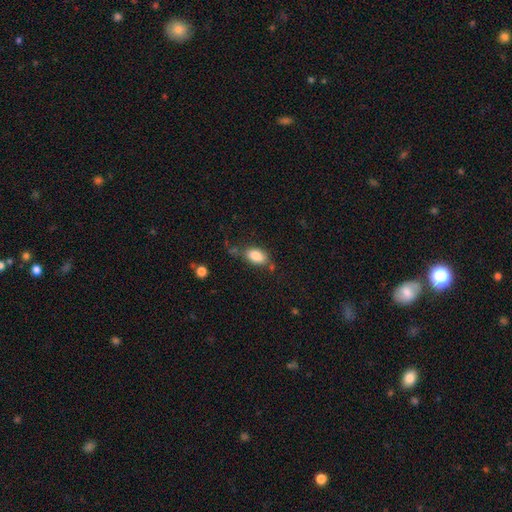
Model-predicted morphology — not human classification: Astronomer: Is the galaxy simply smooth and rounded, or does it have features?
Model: smooth — 85%.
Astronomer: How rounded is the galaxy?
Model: in between — 90%.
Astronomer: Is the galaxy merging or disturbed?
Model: none — 65%.